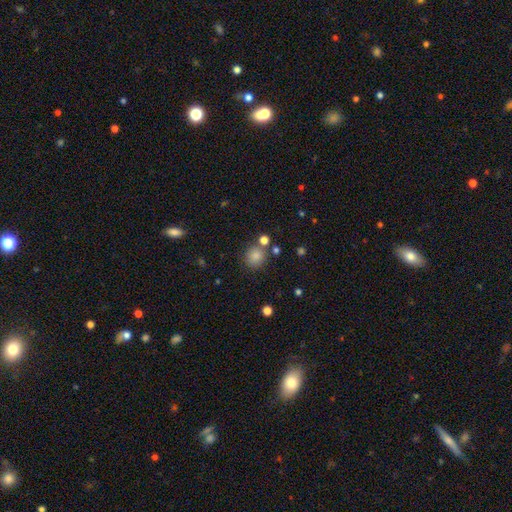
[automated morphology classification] This is clearly a smooth galaxy (82%). How rounded: clearly round (85%). Merging: likely none (77%).